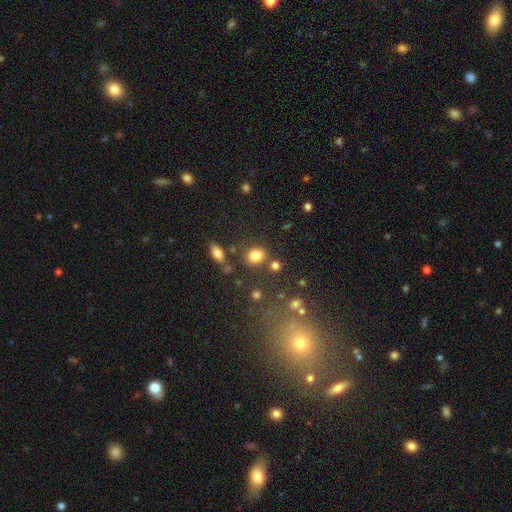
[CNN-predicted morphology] This appears to be a smooth galaxy with no disk features (81%) that is round (52%). Merging: none (73%).